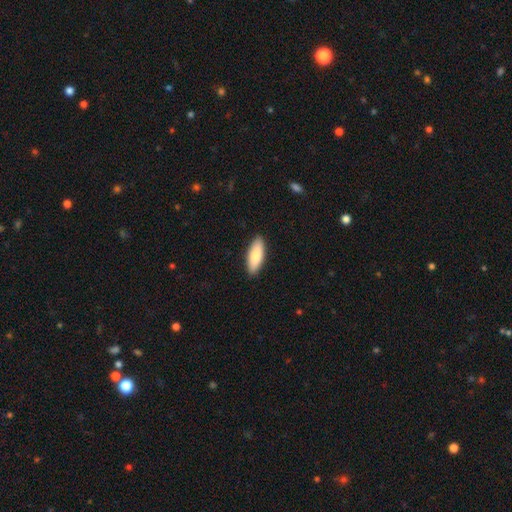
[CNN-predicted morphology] Overall: smooth (82%). How rounded: in between (68%; cigar-shaped 30%). Merging: none (89%).